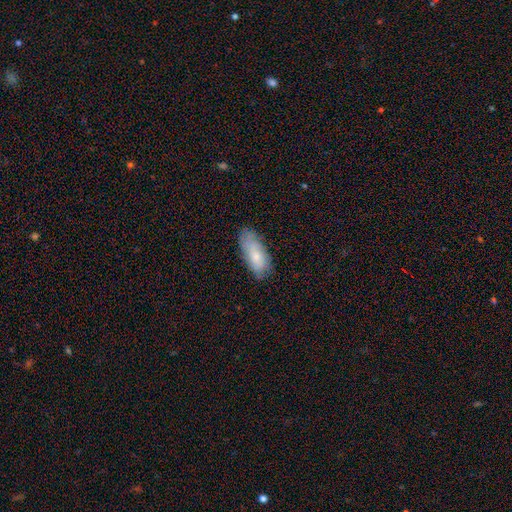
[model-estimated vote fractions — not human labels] Smooth or featured? Predicted: smooth (p=0.70). How rounded? Predicted: in between (p=0.85). Merging? Predicted: none (p=0.64).